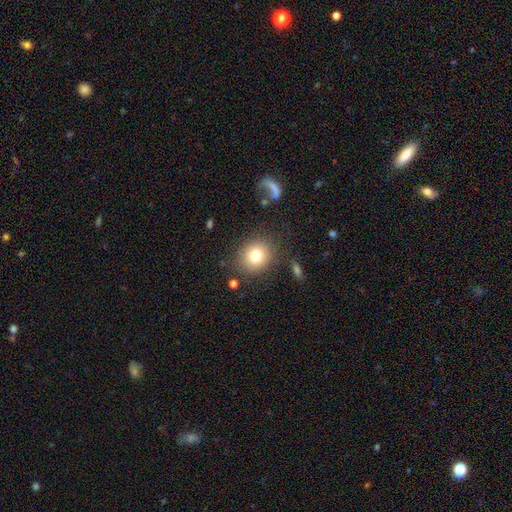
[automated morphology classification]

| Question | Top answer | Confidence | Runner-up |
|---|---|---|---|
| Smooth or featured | smooth | 78% | star or artifact (11%) |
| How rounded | round | 78% | in between (21%) |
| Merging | none | 83% | minor disturbance (10%) |